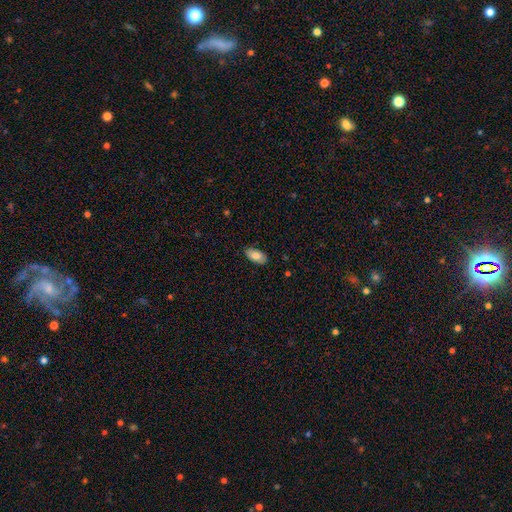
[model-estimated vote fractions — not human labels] A smooth galaxy with no disk features (79%) that is in between round and cigar-shaped (95%).

Vote fractions:
- Smooth or featured? smooth: 79% / featured or disk: 15% / star or artifact: 6%
- How rounded? in between: 95% / round: 3% / cigar-shaped: 3%
- Merging? none: 86% / minor disturbance: 11% / major disturbance: 2% / merger: 1%